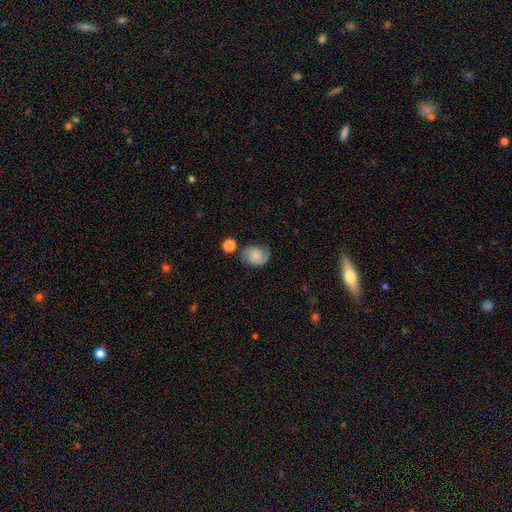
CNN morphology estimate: A featured or disk galaxy (61%) with no bar (70%), 2 (86%) medium (45%) spiral arms (94%) and a small central bulge (42%). Merging: none (73%).